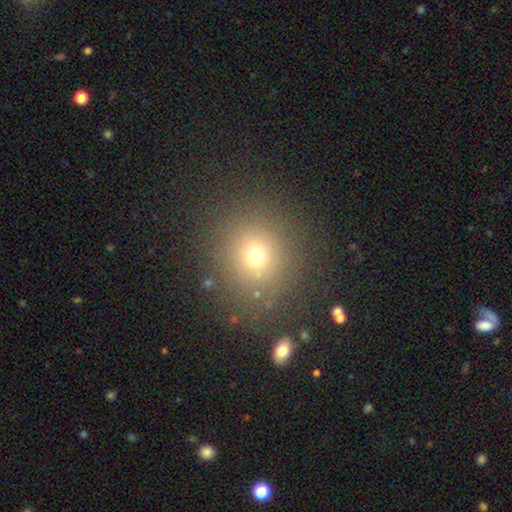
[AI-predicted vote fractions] Morphology: type=smooth (68%); roundness=round (87%); merging=none (86%).